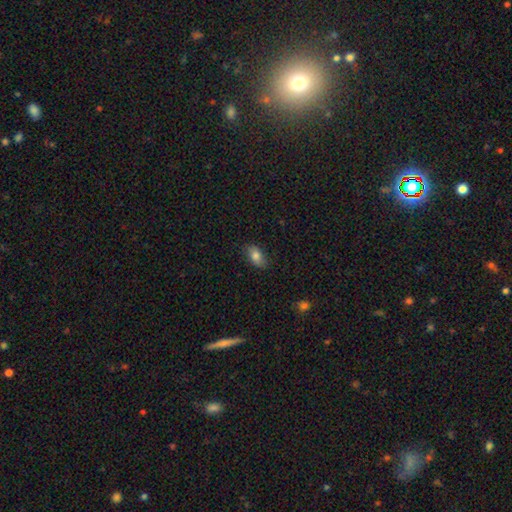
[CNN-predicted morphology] The model was most divided on "merging": none: 82%, minor disturbance: 14%, major disturbance: 3%, merger: 1%. More confident: how rounded — in between (91%); smooth or featured — smooth (82%).